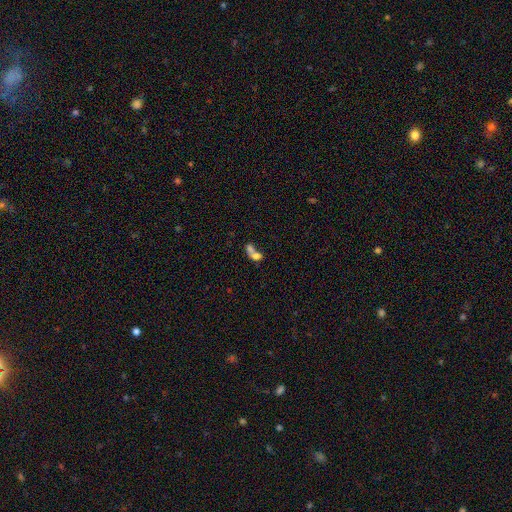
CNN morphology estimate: Q: Smooth or featured?
A: smooth (57%); runner-up: star or artifact (24%)
Q: How rounded?
A: in between (54%); runner-up: round (40%)
Q: Merging?
A: merger (54%); runner-up: none (32%)